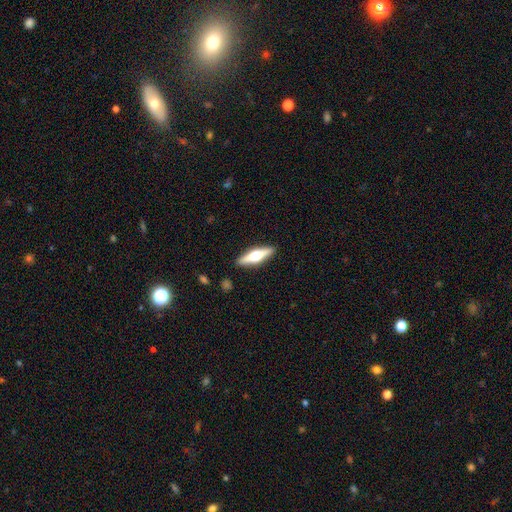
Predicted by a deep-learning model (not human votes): smooth_or_featured: featured or disk (p=0.59) [alt: smooth p=0.36]
disk_edge_on: yes (p=0.95) [alt: no p=0.05]
edge_on_bulge: rounded (p=0.95) [alt: boxy p=0.03]
merging: none (p=0.90) [alt: minor disturbance p=0.07]